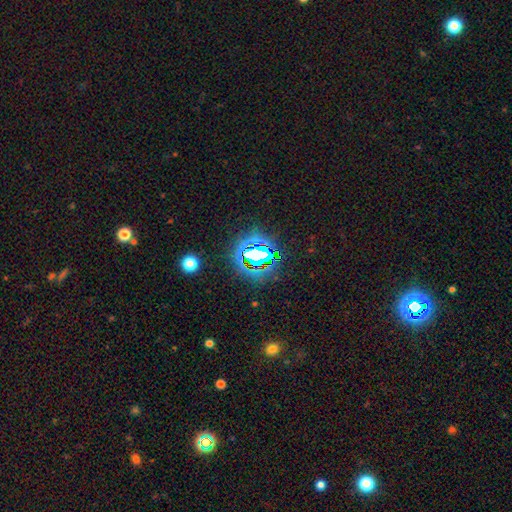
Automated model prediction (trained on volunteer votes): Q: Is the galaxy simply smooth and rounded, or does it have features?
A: star or artifact — 71%.